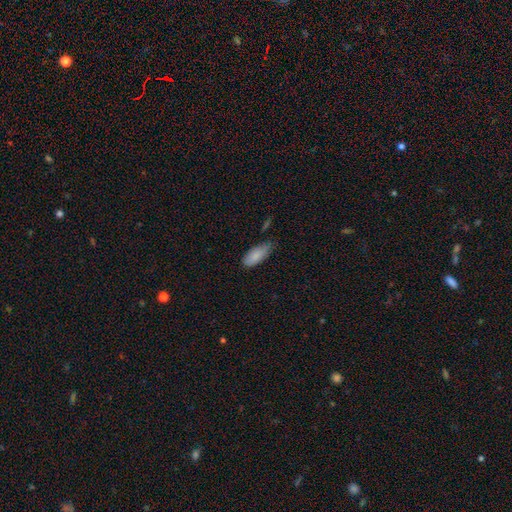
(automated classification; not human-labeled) A smooth galaxy with no disk features (86%) that is in between round and cigar-shaped (85%).

Vote fractions:
- Smooth or featured? smooth: 86% / featured or disk: 8% / star or artifact: 7%
- How rounded? in between: 85% / cigar-shaped: 14% / round: 2%
- Merging? none: 55% / minor disturbance: 36% / major disturbance: 6% / merger: 3%